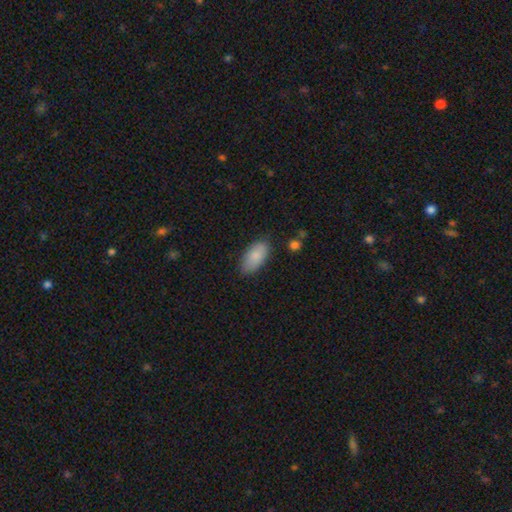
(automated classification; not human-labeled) Q: Smooth or featured?
A: smooth (86%); runner-up: featured or disk (8%)
Q: How rounded?
A: in between (92%); runner-up: cigar-shaped (5%)
Q: Merging?
A: none (82%); runner-up: minor disturbance (14%)